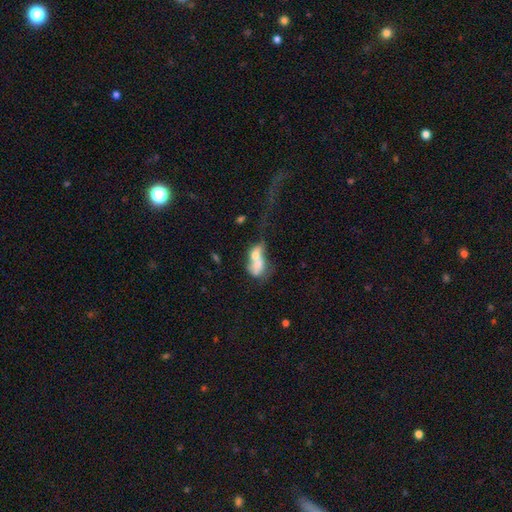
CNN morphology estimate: Overall: smooth (45%; featured or disk 43%). Merging: merger (66%).